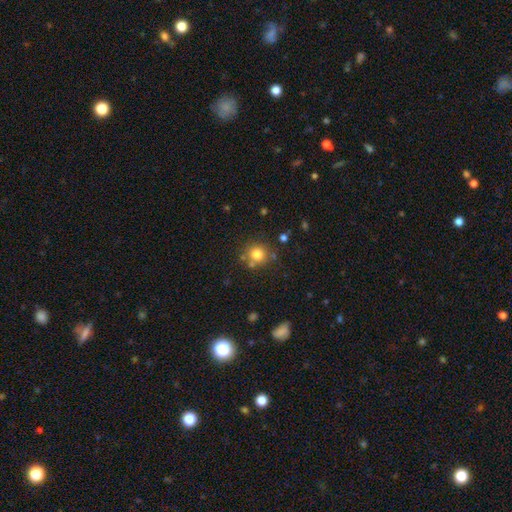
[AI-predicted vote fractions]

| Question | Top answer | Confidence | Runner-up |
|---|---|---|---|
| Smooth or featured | smooth | 78% | star or artifact (14%) |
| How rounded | round | 90% | in between (9%) |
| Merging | none | 75% | minor disturbance (11%) |